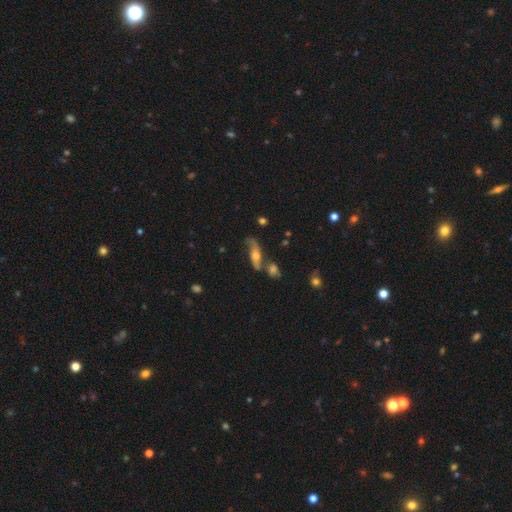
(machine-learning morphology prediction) Overall: featured or disk (63%; smooth 28%). Edge-on disk: no (75%). Merging: none (49%; minor disturbance 20%).